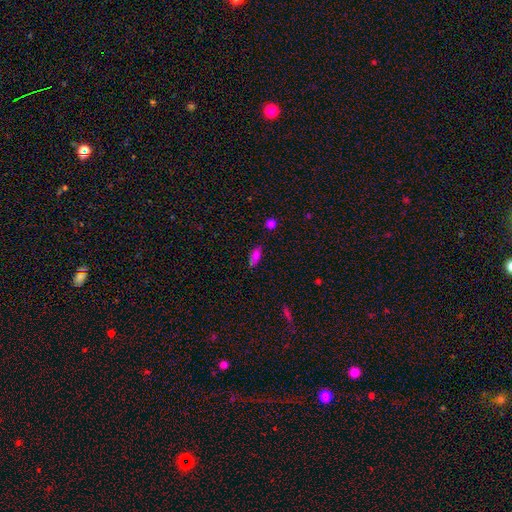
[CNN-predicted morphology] smooth-or-featured: smooth: 78% | star or artifact: 13% | featured or disk: 9%
  how-rounded: in between: 79% | cigar-shaped: 17% | round: 3%
  merging: none: 77% | minor disturbance: 17% | major disturbance: 4% | merger: 3%